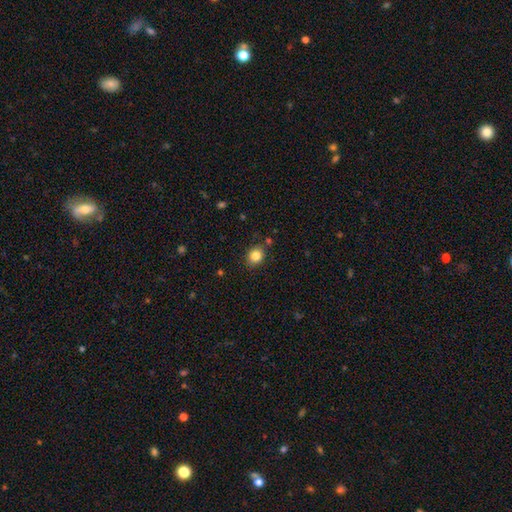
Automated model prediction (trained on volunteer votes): Q: Smooth or featured?
A: smooth (84%); runner-up: star or artifact (10%)
Q: How rounded?
A: round (66%); runner-up: in between (33%)
Q: Merging?
A: none (83%); runner-up: minor disturbance (11%)